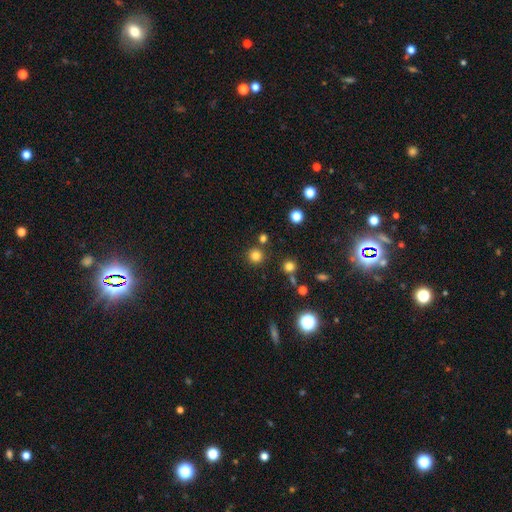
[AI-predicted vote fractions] smooth 80%, star or artifact 15%, featured or disk 5%. Down the decision tree: how rounded — round (94%); merging — none (84%).